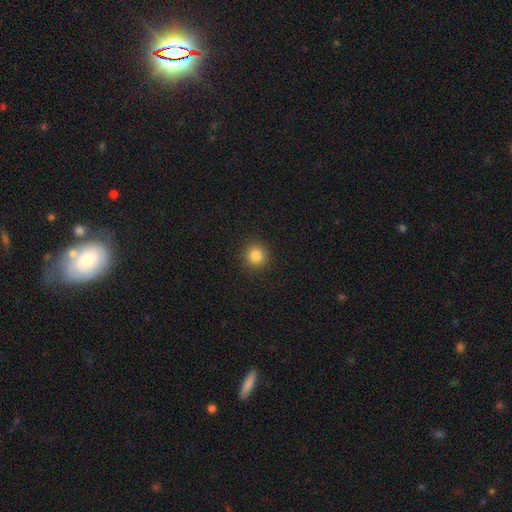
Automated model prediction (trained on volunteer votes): Overall: smooth (85%). How rounded: round (93%). Merging: none (92%).